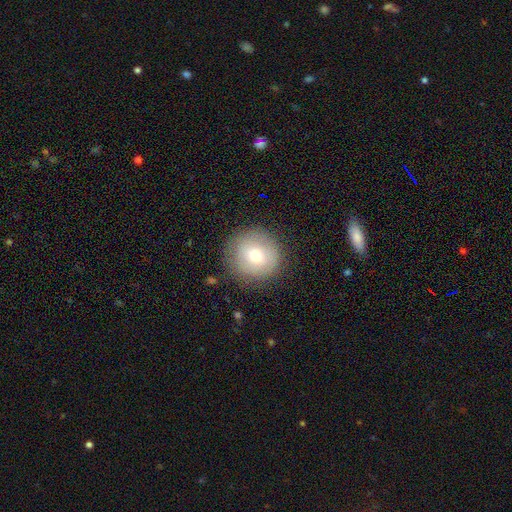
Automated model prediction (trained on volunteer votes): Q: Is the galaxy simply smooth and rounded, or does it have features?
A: smooth — 71%.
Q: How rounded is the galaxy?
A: round — 94%.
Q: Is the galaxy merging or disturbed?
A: none — 85%.